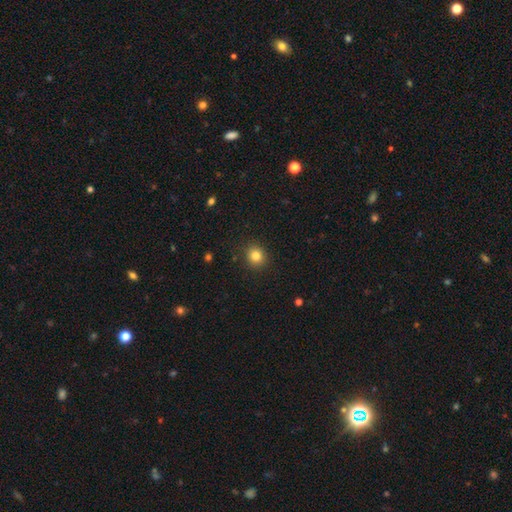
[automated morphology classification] The model was most divided on "how rounded": round: 83%, in between: 16%, cigar-shaped: 1%. More confident: merging — none (90%); smooth or featured — smooth (82%).